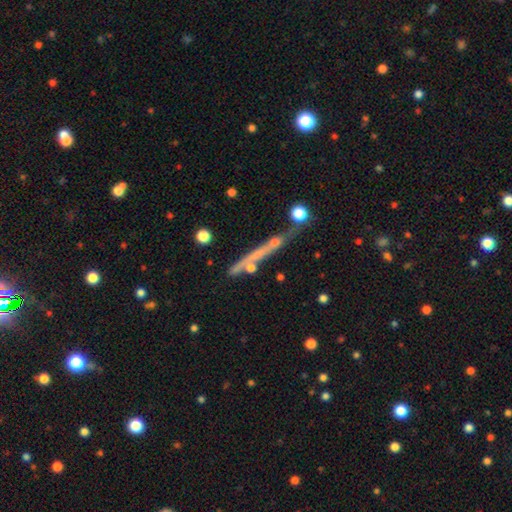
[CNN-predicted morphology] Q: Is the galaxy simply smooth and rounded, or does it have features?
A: featured or disk — 54%.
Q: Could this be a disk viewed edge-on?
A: yes — 88%.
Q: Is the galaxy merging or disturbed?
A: none — 63%.